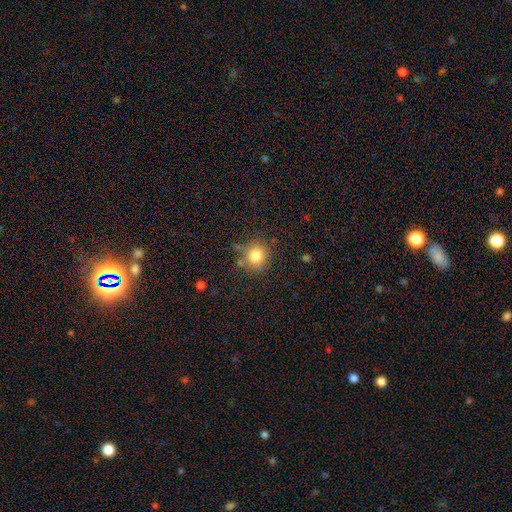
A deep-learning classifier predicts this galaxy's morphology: The model was most divided on "merging": none: 74%, minor disturbance: 15%, merger: 7%, major disturbance: 5%. More confident: how rounded — round (88%); smooth or featured — smooth (81%).